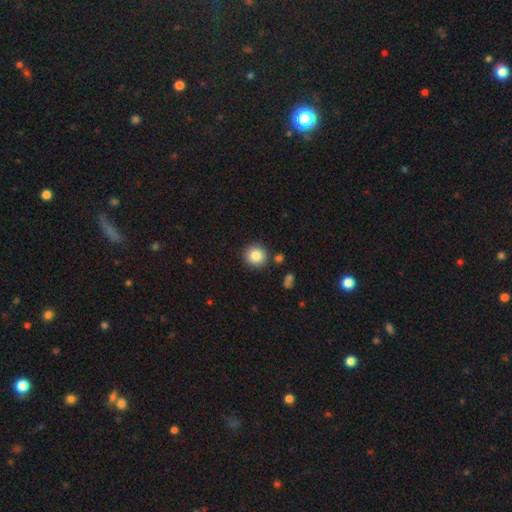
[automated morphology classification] Smooth or featured?
  - smooth: 86% *
  - star or artifact: 9%
  - featured or disk: 5%
How rounded?
  - round: 91% *
  - in between: 8%
  - cigar-shaped: 1%
Merging?
  - none: 87% *
  - minor disturbance: 8%
  - merger: 3%
  - major disturbance: 2%